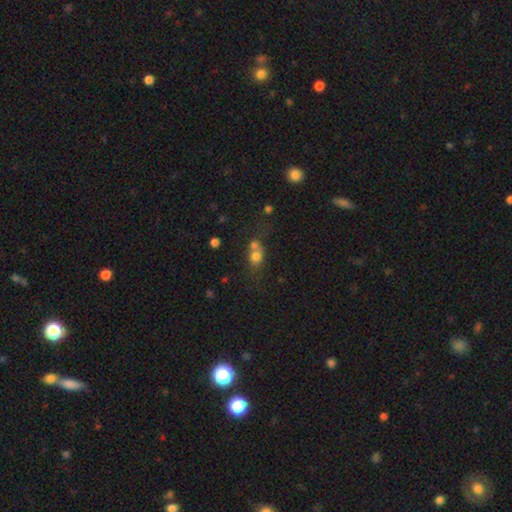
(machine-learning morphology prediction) smooth_or_featured: smooth (p=0.71) [alt: featured or disk p=0.15]
how_rounded: round (p=0.61) [alt: in between p=0.37]
merging: merger (p=0.51) [alt: none p=0.33]